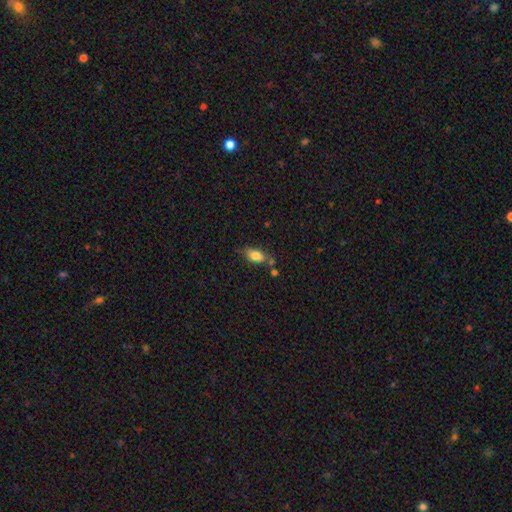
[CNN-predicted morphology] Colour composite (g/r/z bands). It shows a smooth galaxy with no disk features (79%) that is in between round and cigar-shaped (87%). Merging: none (62%).